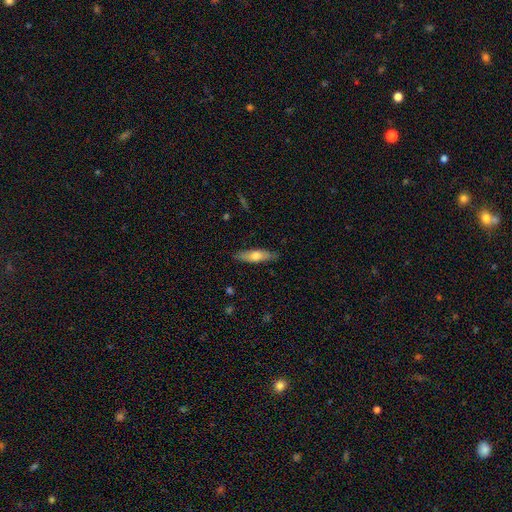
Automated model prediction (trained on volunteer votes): smooth_or_featured: smooth (p=0.60) [alt: featured or disk p=0.34]
how_rounded: cigar-shaped (p=0.63) [alt: in between p=0.35]
merging: none (p=0.86) [alt: minor disturbance p=0.11]